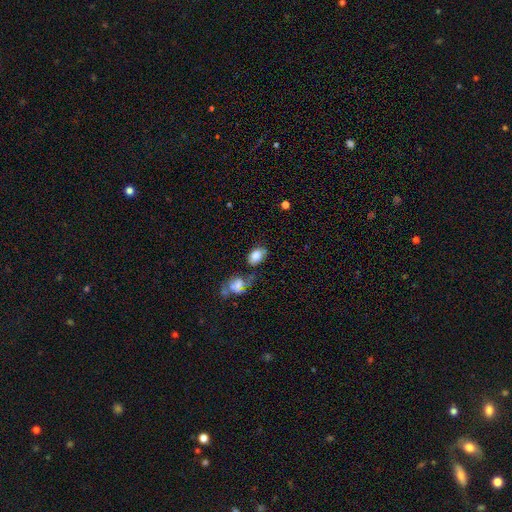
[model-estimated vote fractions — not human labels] Smooth or featured? smooth (76%)
How rounded? in between (85%)
Merging? none (57%)